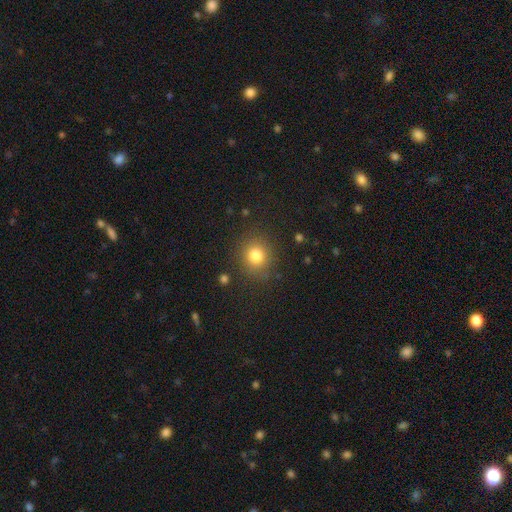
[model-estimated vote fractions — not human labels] Q: Smooth or featured?
A: smooth (80%); runner-up: star or artifact (13%)
Q: How rounded?
A: round (84%); runner-up: in between (15%)
Q: Merging?
A: none (86%); runner-up: minor disturbance (9%)